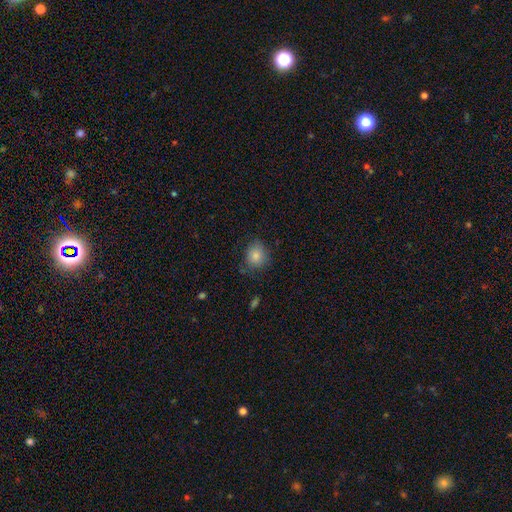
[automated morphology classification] Smooth or featured: smooth — 83% (star or artifact — 10%)
How rounded: round — 74% (in between — 25%)
Merging: none — 73% (minor disturbance — 20%)